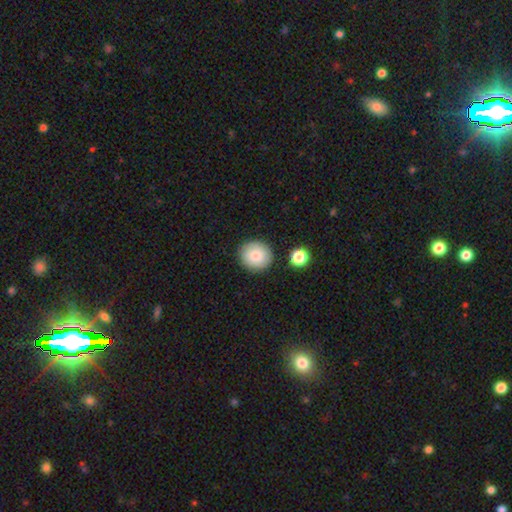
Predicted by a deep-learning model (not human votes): A smooth galaxy with no disk features (83%) that is round (87%).

Vote fractions:
- Smooth or featured? smooth: 83% / featured or disk: 9% / star or artifact: 8%
- How rounded? round: 87% / in between: 12% / cigar-shaped: 1%
- Merging? none: 86% / minor disturbance: 8% / merger: 3% / major disturbance: 2%